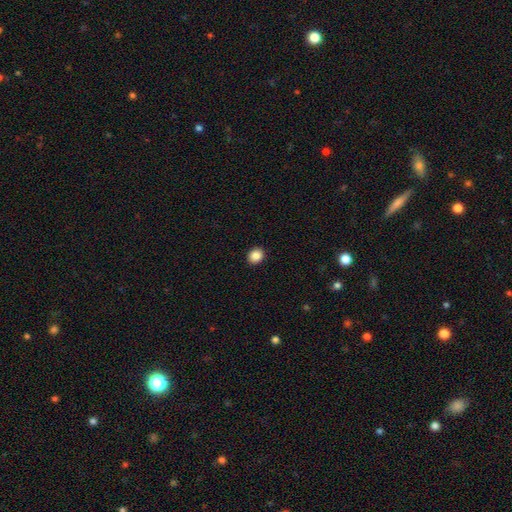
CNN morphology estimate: Overall: smooth (87%). How rounded: round (71%). Merging: none (92%).